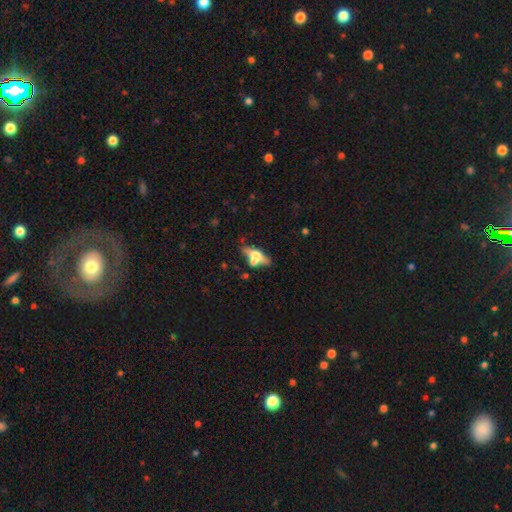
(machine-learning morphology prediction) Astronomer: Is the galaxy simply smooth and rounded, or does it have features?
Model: featured or disk — 51% (runner-up: smooth, 39%).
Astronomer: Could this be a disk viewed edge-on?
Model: yes — 66%.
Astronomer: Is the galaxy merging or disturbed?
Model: none — 40% (runner-up: merger, 27%).